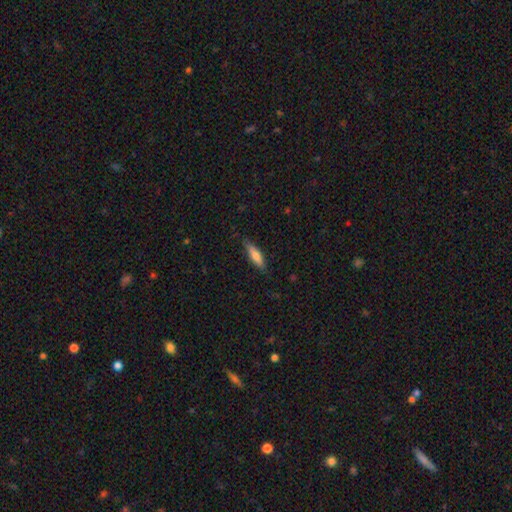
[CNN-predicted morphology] smooth 72%, featured or disk 22%, star or artifact 6%. Down the decision tree: how rounded — cigar-shaped (64%); merging — none (81%).